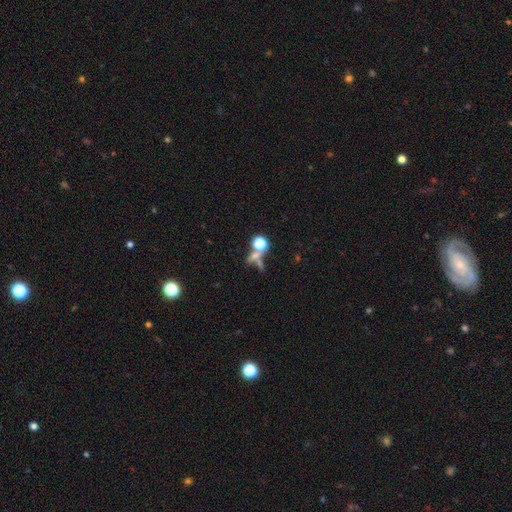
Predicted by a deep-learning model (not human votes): Smooth or featured? Predicted: smooth (p=0.52). How rounded? Predicted: round (p=0.55). Merging? Predicted: merger (p=0.41).